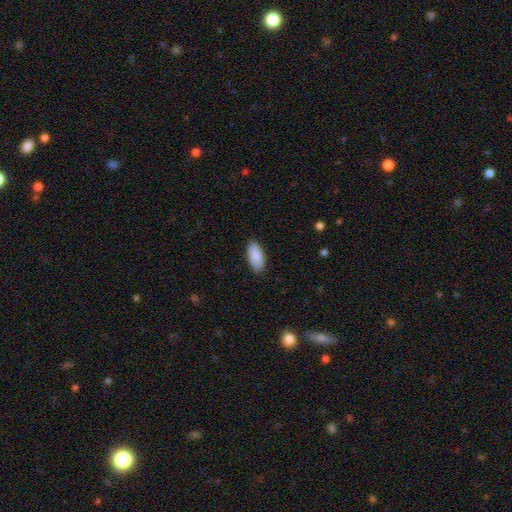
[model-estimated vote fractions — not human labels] The model was most divided on "merging": none: 87%, minor disturbance: 10%, major disturbance: 2%, merger: 1%. More confident: how rounded — in between (91%); smooth or featured — smooth (89%).